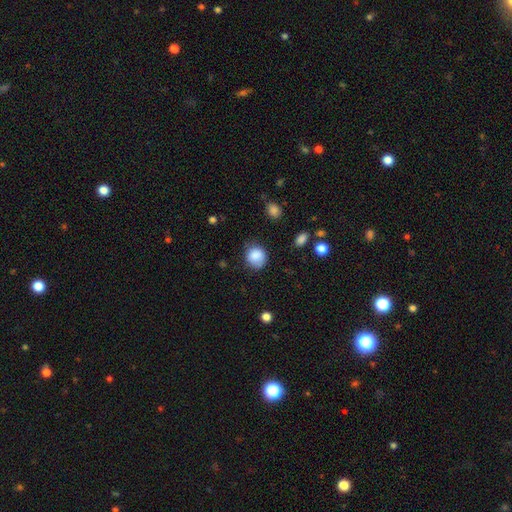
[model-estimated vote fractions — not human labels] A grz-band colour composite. It shows a smooth galaxy with no disk features (86%) that is round (78%). Merging: none (70%).